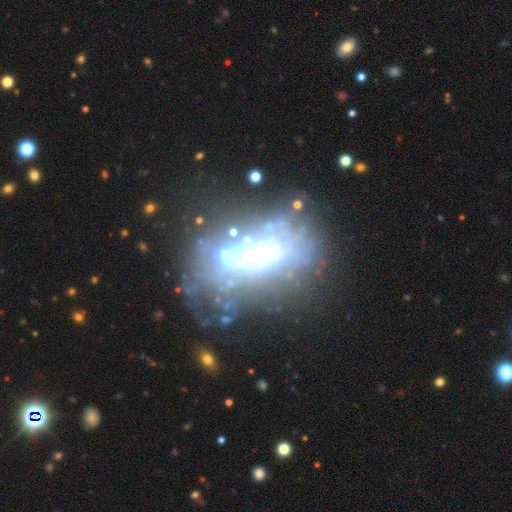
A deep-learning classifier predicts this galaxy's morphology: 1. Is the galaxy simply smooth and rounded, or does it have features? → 63% featured or disk, 19% smooth, 18% star or artifact.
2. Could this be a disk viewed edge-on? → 88% no, 12% yes.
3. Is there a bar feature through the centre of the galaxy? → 70% no, 17% strong, 13% weak.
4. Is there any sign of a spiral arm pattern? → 80% no, 20% yes.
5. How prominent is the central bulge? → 38% large, 23% moderate, 20% dominant, 12% none, 7% small.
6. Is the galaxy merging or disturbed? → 39% none, 29% major disturbance, 16% merger, 16% minor disturbance.